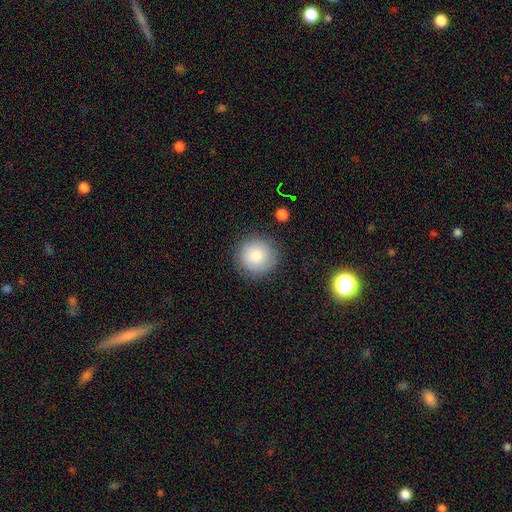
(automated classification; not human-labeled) A smooth galaxy with no disk features (83%) that is round (94%). Merging: none (86%).